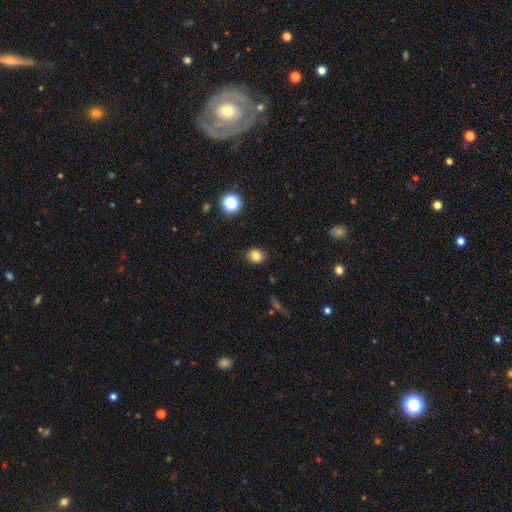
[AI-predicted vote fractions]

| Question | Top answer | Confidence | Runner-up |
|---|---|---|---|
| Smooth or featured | smooth | 82% | star or artifact (12%) |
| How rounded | round | 50% | in between (49%) |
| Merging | none | 83% | minor disturbance (12%) |